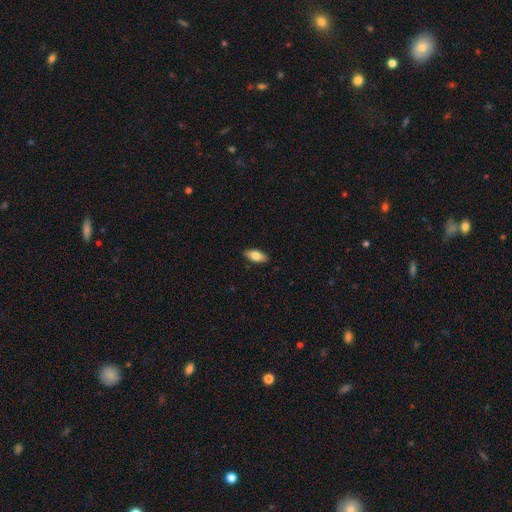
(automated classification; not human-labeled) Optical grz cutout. It shows a smooth galaxy with no disk features (78%) that is in between round and cigar-shaped (86%). Merging: none (89%).